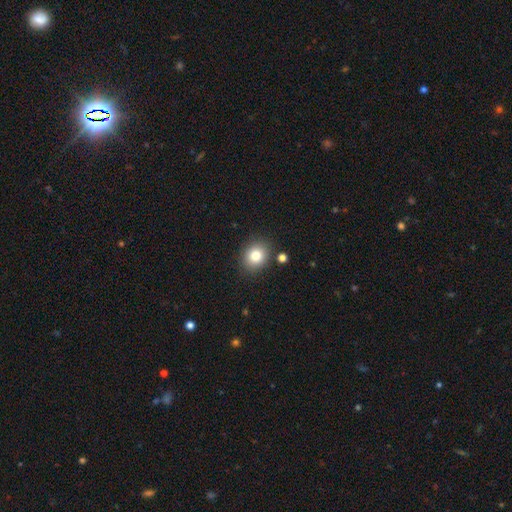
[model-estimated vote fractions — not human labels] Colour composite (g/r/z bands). It shows a smooth galaxy with no disk features (81%) that is round (60%). Merging: none (84%).